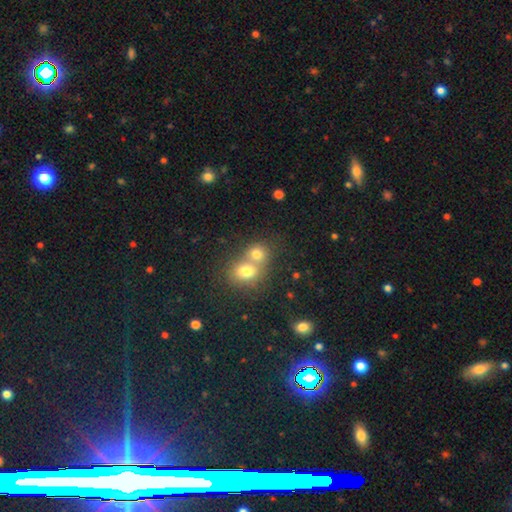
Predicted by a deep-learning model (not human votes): This is likely a smooth galaxy (69%). How rounded: likely round (71%). Merging: possibly merger (59%).